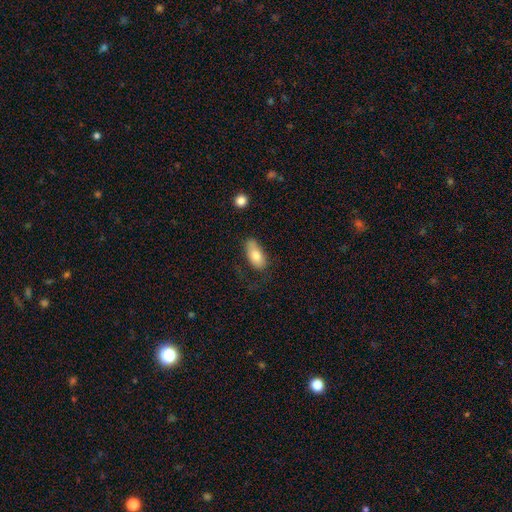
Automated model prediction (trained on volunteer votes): Smooth or featured? Predicted: smooth (p=0.79). How rounded? Predicted: in between (p=0.89). Merging? Predicted: none (p=0.54).